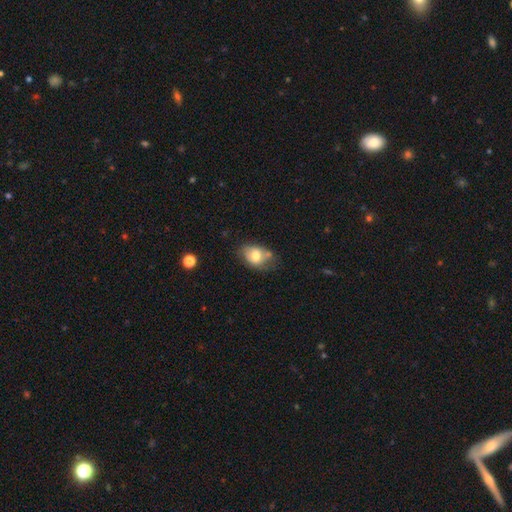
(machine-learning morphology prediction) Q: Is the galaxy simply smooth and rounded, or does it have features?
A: smooth — 67%.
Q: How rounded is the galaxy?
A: in between — 71%.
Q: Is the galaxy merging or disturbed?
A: none — 44%.